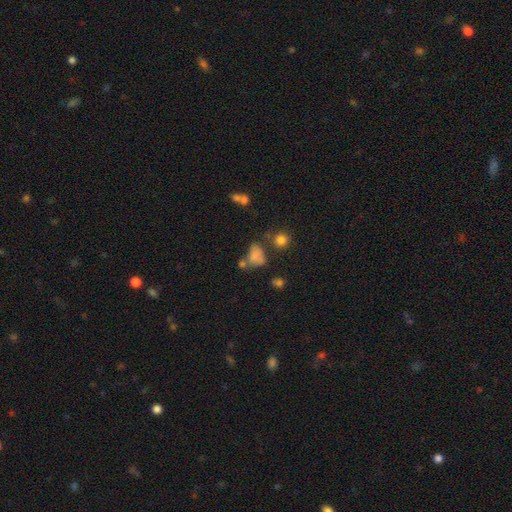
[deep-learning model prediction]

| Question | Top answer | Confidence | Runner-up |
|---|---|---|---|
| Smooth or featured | smooth | 68% | featured or disk (16%) |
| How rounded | in between | 71% | round (27%) |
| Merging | none | 32% | merger (31%) |